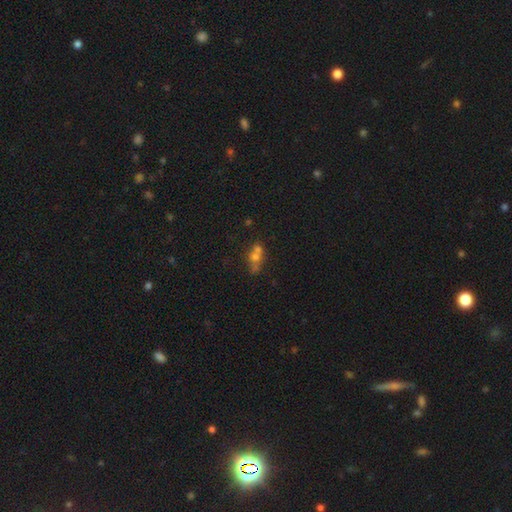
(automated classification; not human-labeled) Smooth or featured: smooth — 55% (featured or disk — 29%)
How rounded: round — 55% (in between — 38%)
Merging: merger — 51% (none — 33%)